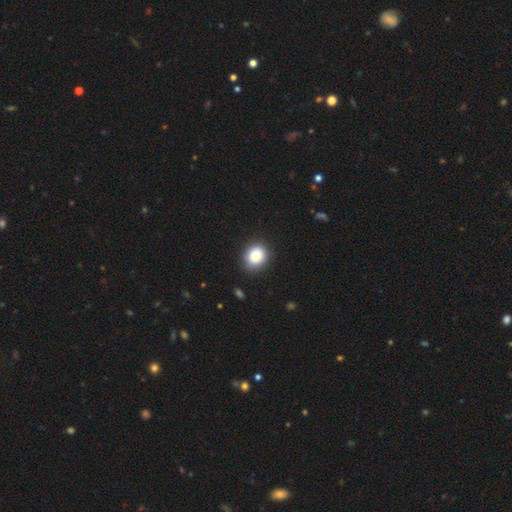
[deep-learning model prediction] smooth-or-featured: smooth: 85% | star or artifact: 8% | featured or disk: 7%
  how-rounded: round: 60% | in between: 39% | cigar-shaped: 1%
  merging: none: 85% | minor disturbance: 11% | major disturbance: 3% | merger: 1%